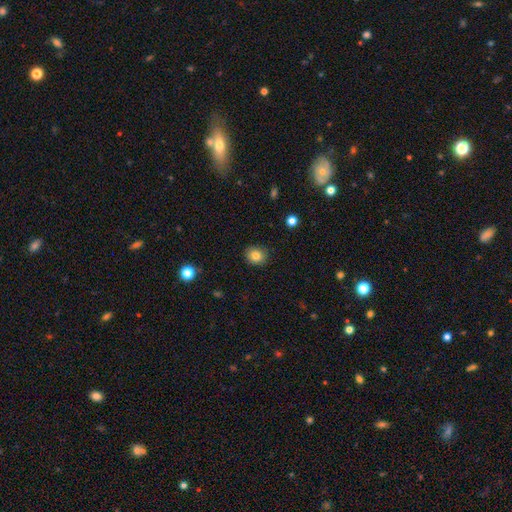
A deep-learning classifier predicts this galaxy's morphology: Smooth or featured? smooth (82%)
How rounded? round (78%)
Merging? none (87%)